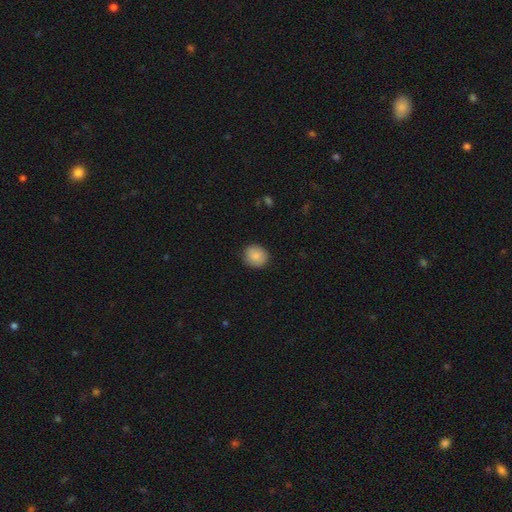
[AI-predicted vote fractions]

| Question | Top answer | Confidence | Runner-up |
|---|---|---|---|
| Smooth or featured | smooth | 87% | star or artifact (7%) |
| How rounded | round | 84% | in between (15%) |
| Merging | none | 89% | minor disturbance (9%) |